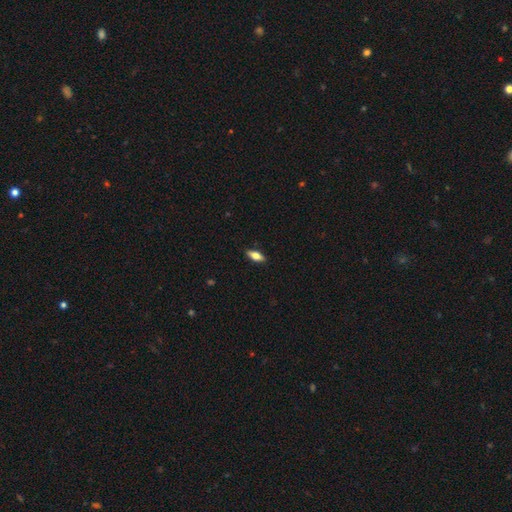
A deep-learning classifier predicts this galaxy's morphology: type=smooth (68%); roundness=in between (73%); merging=none (89%).